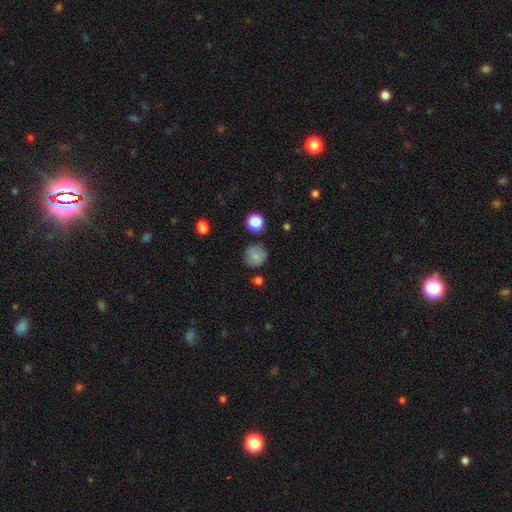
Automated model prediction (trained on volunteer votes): The model was most divided on "merging": none: 81%, minor disturbance: 13%, merger: 3%, major disturbance: 3%. More confident: how rounded — round (91%); smooth or featured — smooth (81%).